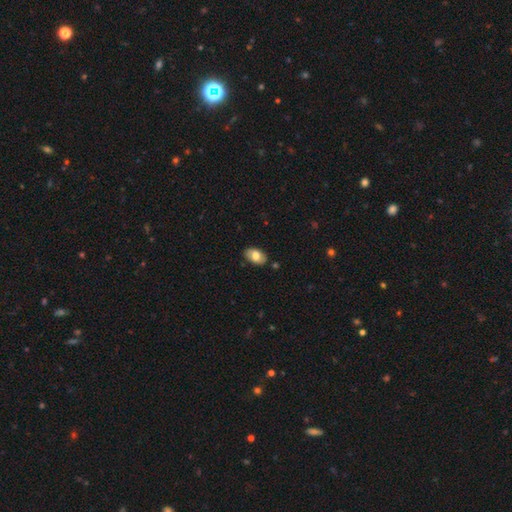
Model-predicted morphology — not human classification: Smooth or featured? smooth (70%)
How rounded? in between (92%)
Merging? none (84%)